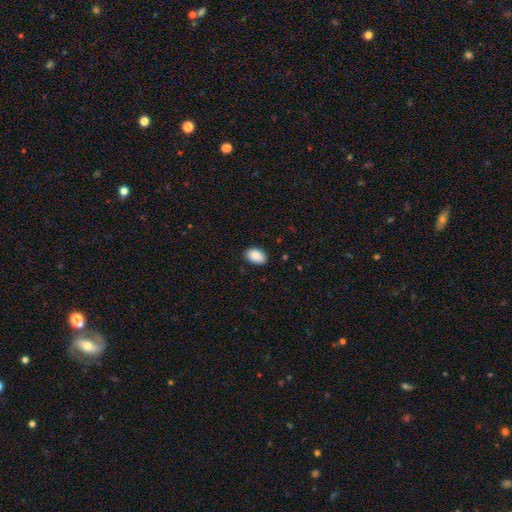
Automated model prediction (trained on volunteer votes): Smooth or featured: smooth — 89% (star or artifact — 7%)
How rounded: in between — 92% (round — 7%)
Merging: none — 85% (minor disturbance — 12%)